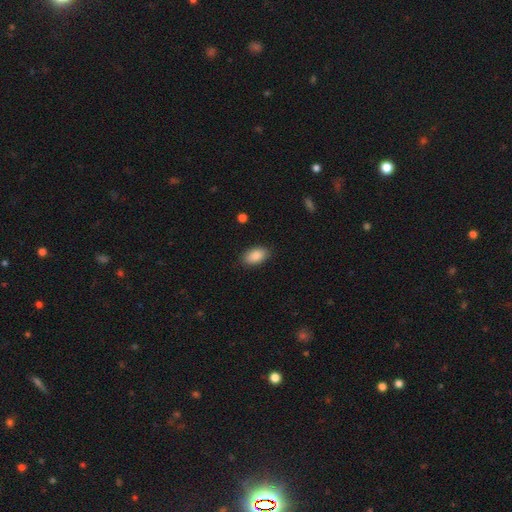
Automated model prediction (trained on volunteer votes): A smooth galaxy with no disk features (88%) that is in between round and cigar-shaped (93%).

Vote fractions:
- Smooth or featured? smooth: 88% / star or artifact: 7% / featured or disk: 5%
- How rounded? in between: 93% / round: 5% / cigar-shaped: 2%
- Merging? none: 87% / minor disturbance: 10% / major disturbance: 2% / merger: 1%